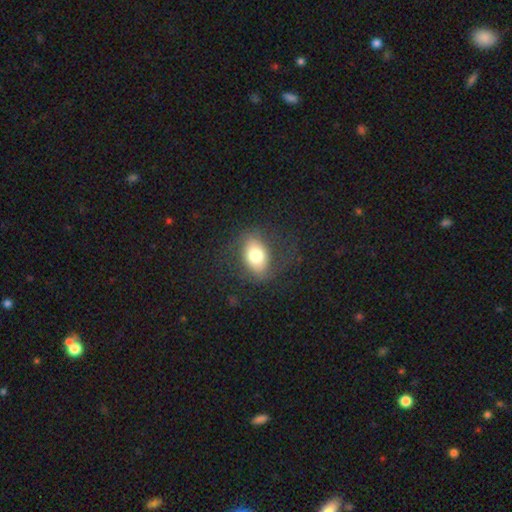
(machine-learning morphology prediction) smooth_or_featured: smooth (p=0.69) [alt: featured or disk p=0.22]
how_rounded: in between (p=0.81) [alt: round p=0.17]
merging: none (p=0.72) [alt: minor disturbance p=0.15]